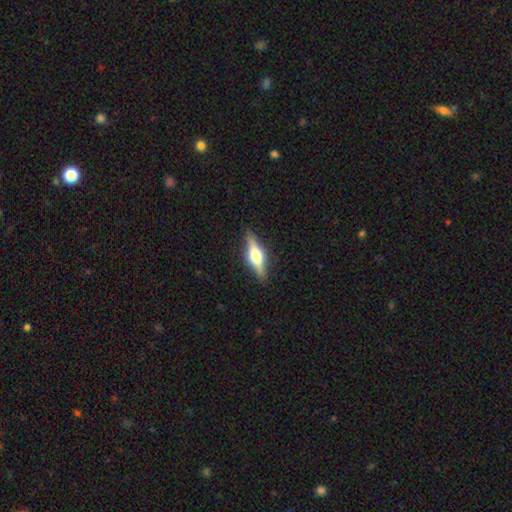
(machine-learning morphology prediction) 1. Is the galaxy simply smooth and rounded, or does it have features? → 64% featured or disk, 29% smooth, 7% star or artifact.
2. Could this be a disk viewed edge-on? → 96% yes, 4% no.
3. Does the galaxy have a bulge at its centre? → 92% rounded, 6% boxy, 2% none.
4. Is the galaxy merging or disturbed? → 88% none, 9% minor disturbance, 2% major disturbance, 1% merger.